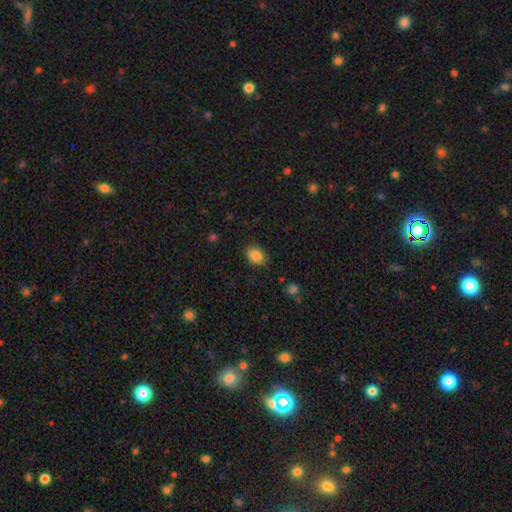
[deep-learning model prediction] Smooth or featured: smooth — 86% (star or artifact — 9%)
How rounded: in between — 58% (round — 41%)
Merging: none — 83% (minor disturbance — 13%)